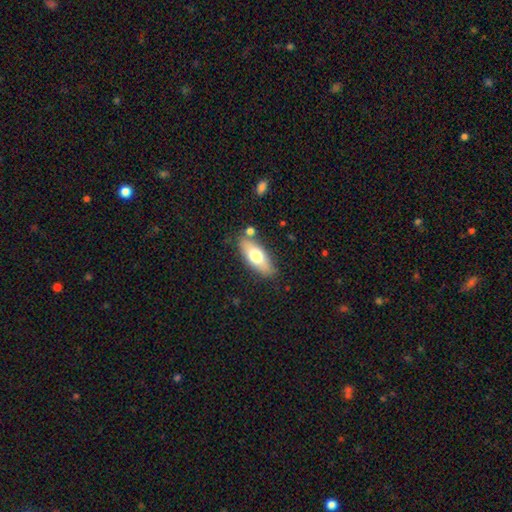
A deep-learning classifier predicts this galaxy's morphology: smooth 67%, featured or disk 27%, star or artifact 6%. Down the decision tree: how rounded — in between (75%); merging — none (80%).